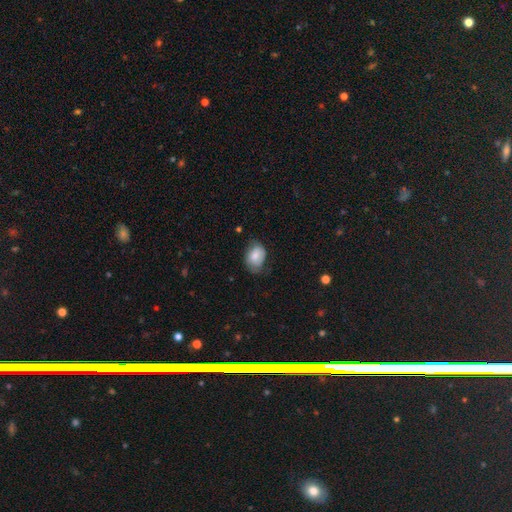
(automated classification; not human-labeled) smooth 75%, featured or disk 18%, star or artifact 7%. Down the decision tree: how rounded — in between (77%); merging — none (58%).